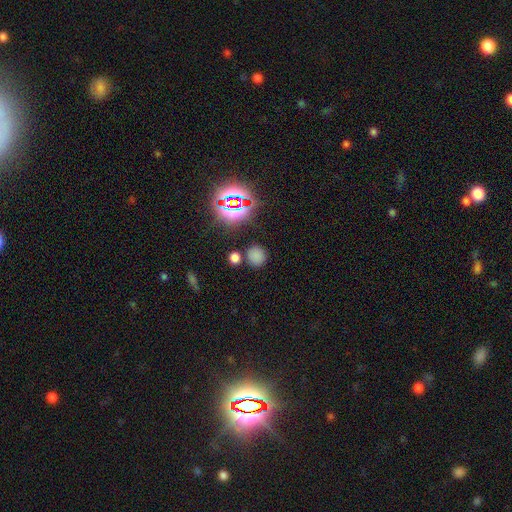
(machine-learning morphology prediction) Q: Smooth or featured?
A: smooth (69%); runner-up: star or artifact (26%)
Q: How rounded?
A: round (85%); runner-up: in between (14%)
Q: Merging?
A: none (81%); runner-up: minor disturbance (9%)